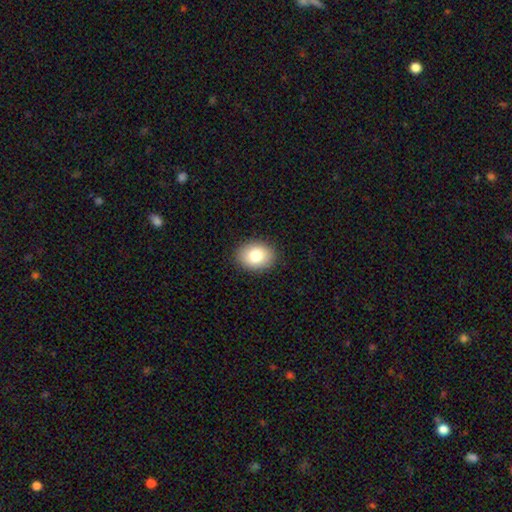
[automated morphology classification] Smooth or featured? Predicted: smooth (p=0.80). How rounded? Predicted: in between (p=0.59). Merging? Predicted: none (p=0.90).